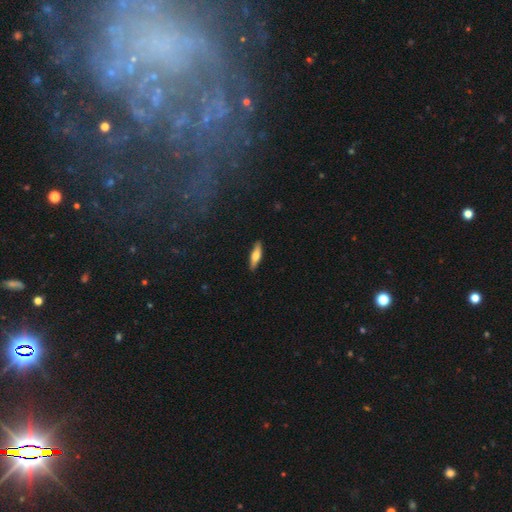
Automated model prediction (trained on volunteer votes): A smooth galaxy with no disk features (60%) that is cigar-shaped (62%).

Vote fractions:
- Smooth or featured? smooth: 60% / featured or disk: 34% / star or artifact: 6%
- How rounded? cigar-shaped: 62% / in between: 36% / round: 2%
- Merging? none: 88% / minor disturbance: 9% / major disturbance: 2% / merger: 1%